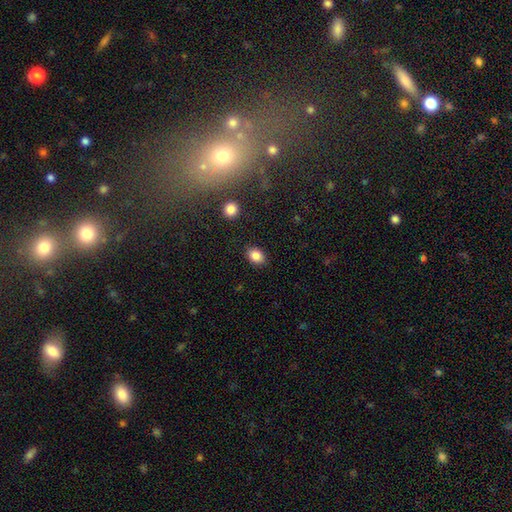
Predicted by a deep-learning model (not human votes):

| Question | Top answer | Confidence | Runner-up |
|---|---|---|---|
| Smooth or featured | smooth | 85% | star or artifact (9%) |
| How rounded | in between | 68% | round (31%) |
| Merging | none | 86% | minor disturbance (10%) |